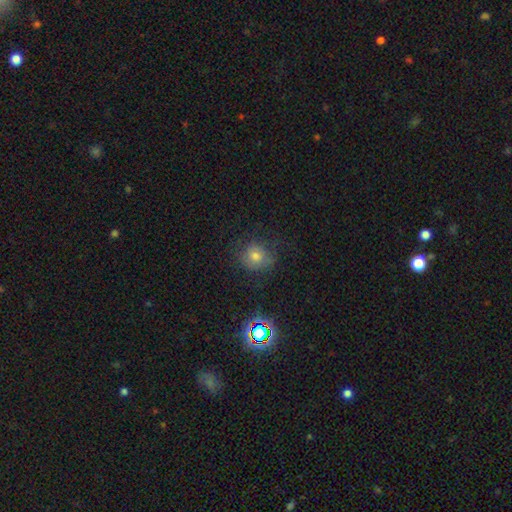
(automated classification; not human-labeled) Q: Smooth or featured?
A: smooth (56%); runner-up: star or artifact (28%)
Q: How rounded?
A: round (86%); runner-up: in between (13%)
Q: Merging?
A: none (75%); runner-up: minor disturbance (16%)